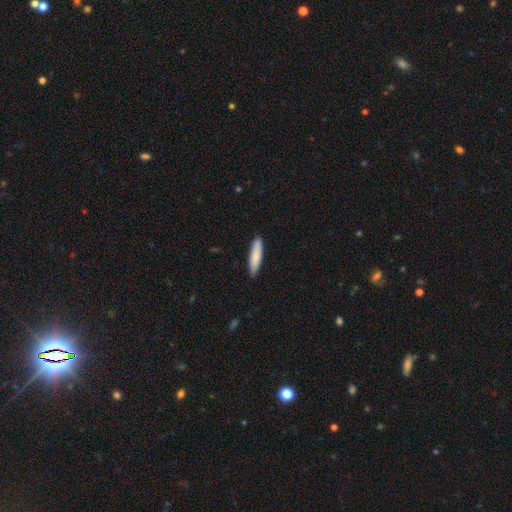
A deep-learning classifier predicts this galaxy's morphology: This is clearly a smooth galaxy (86%). How rounded: clearly cigar-shaped (80%). Merging: clearly none (90%).